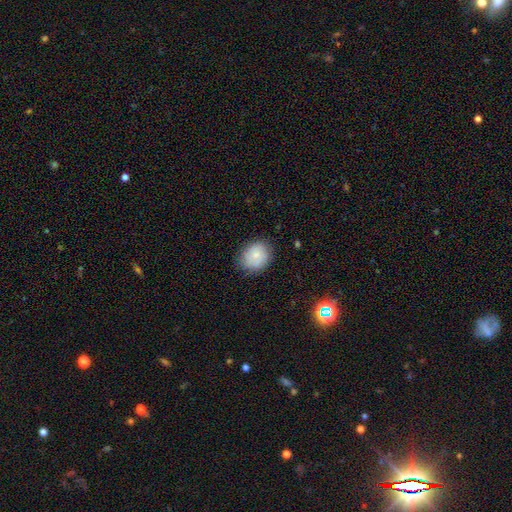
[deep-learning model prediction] Q: Smooth or featured?
A: smooth (77%); runner-up: featured or disk (15%)
Q: How rounded?
A: round (64%); runner-up: in between (35%)
Q: Merging?
A: none (76%); runner-up: minor disturbance (18%)